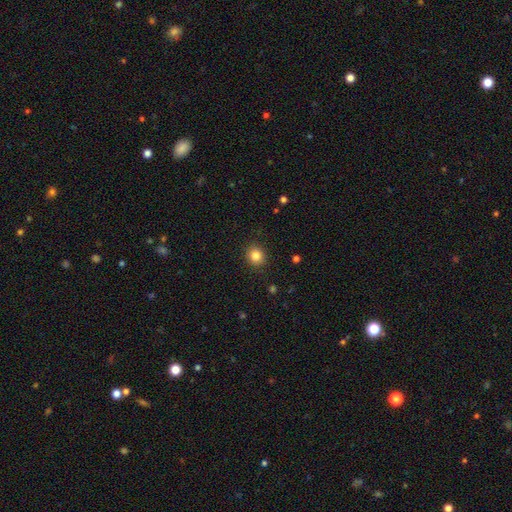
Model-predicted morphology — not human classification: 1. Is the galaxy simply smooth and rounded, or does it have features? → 83% smooth, 11% star or artifact, 6% featured or disk.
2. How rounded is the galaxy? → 83% round, 16% in between, 1% cigar-shaped.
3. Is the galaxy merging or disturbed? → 91% none, 6% minor disturbance, 2% major disturbance, 1% merger.